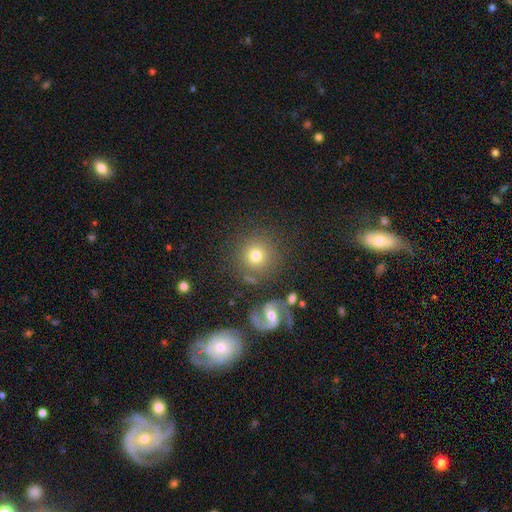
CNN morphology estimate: Smooth or featured? smooth (73%)
How rounded? round (92%)
Merging? none (80%)